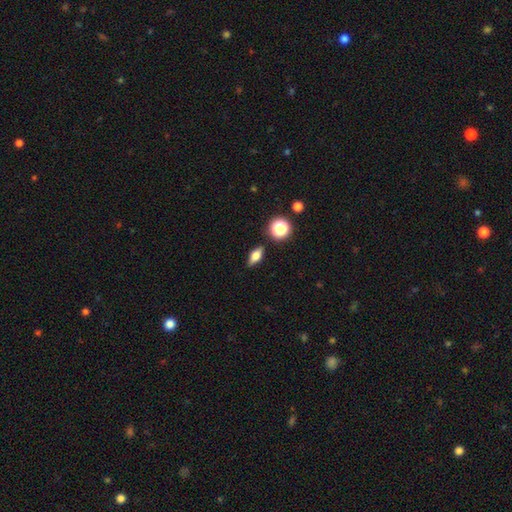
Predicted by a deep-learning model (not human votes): smooth-or-featured: smooth: 63% | featured or disk: 26% | star or artifact: 11%
  how-rounded: in between: 66% | cigar-shaped: 19% | round: 15%
  merging: none: 85% | minor disturbance: 10% | major disturbance: 2% | merger: 2%